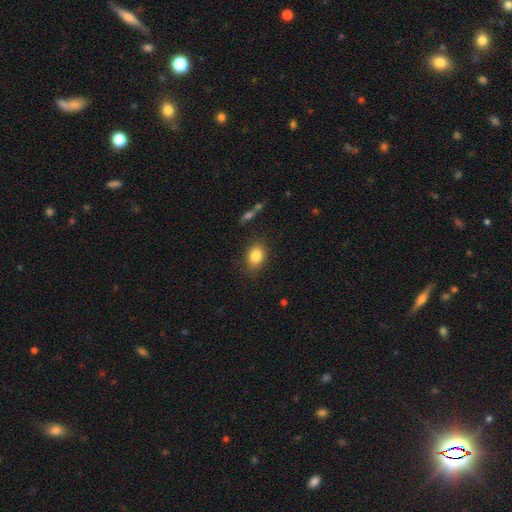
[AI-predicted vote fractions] smooth_or_featured: smooth (p=0.83) [alt: star or artifact p=0.09]
how_rounded: in between (p=0.62) [alt: round p=0.37]
merging: none (p=0.82) [alt: minor disturbance p=0.13]